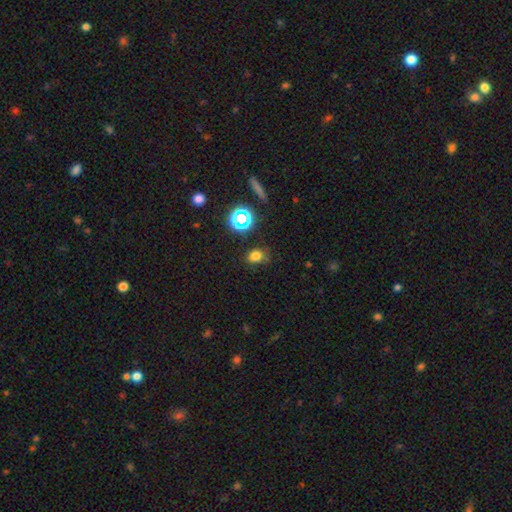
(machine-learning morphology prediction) Smooth or featured?
  - smooth: 73% *
  - star or artifact: 21%
  - featured or disk: 6%
How rounded?
  - in between: 54% *
  - round: 44%
  - cigar-shaped: 2%
Merging?
  - none: 75% *
  - minor disturbance: 17%
  - major disturbance: 5%
  - merger: 3%